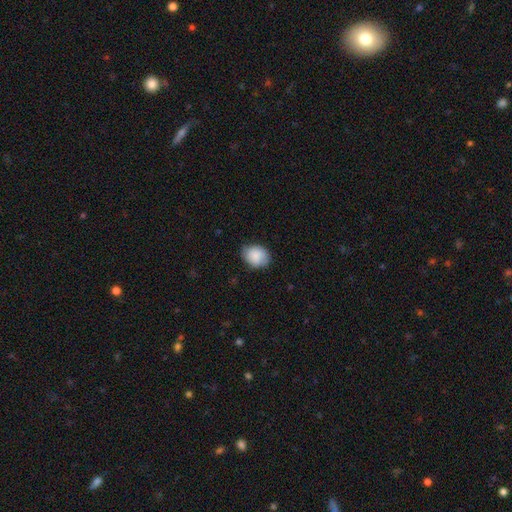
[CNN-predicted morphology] This is clearly a smooth galaxy (84%). How rounded: possibly in between (53%). Merging: likely none (75%).